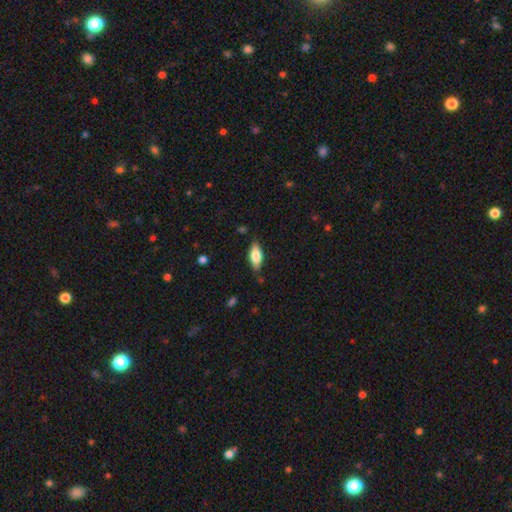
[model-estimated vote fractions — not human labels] Smooth or featured? smooth (69%)
How rounded? in between (79%)
Merging? none (81%)